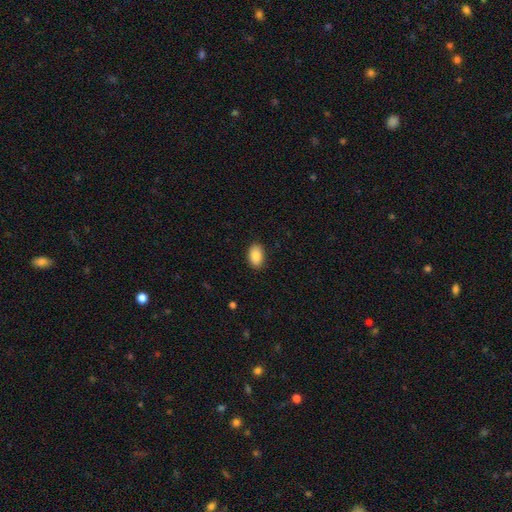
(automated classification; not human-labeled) Smooth or featured?
  - smooth: 87% *
  - star or artifact: 7%
  - featured or disk: 6%
How rounded?
  - in between: 91% *
  - round: 8%
  - cigar-shaped: 1%
Merging?
  - none: 89% *
  - minor disturbance: 8%
  - major disturbance: 2%
  - merger: 1%